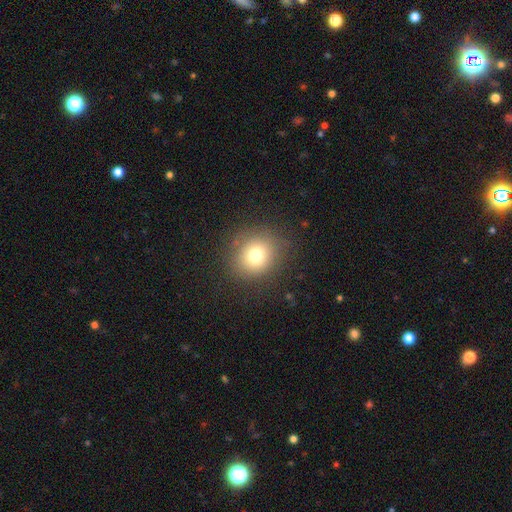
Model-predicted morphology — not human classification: Q: Smooth or featured?
A: smooth (76%); runner-up: star or artifact (14%)
Q: How rounded?
A: round (78%); runner-up: in between (22%)
Q: Merging?
A: none (83%); runner-up: minor disturbance (11%)